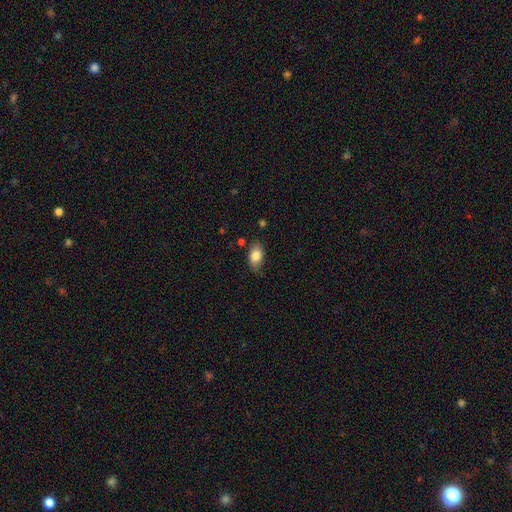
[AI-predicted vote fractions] smooth_or_featured: smooth (p=0.82) [alt: featured or disk p=0.10]
how_rounded: in between (p=0.89) [alt: round p=0.08]
merging: none (p=0.78) [alt: minor disturbance p=0.16]